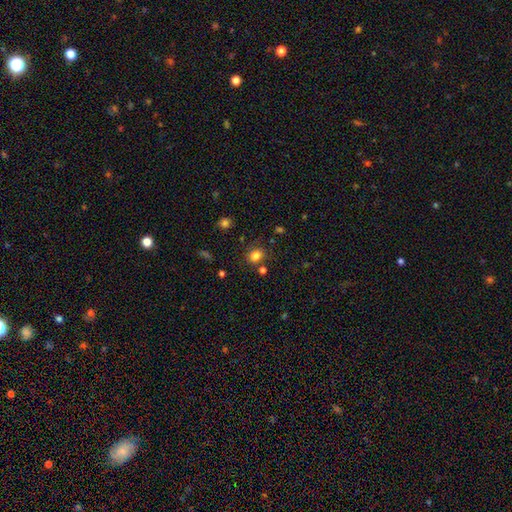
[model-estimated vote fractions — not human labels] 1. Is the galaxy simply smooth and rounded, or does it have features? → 81% smooth, 13% star or artifact, 6% featured or disk.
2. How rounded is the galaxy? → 67% round, 32% in between, 1% cigar-shaped.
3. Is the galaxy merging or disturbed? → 77% none, 12% minor disturbance, 7% merger, 4% major disturbance.